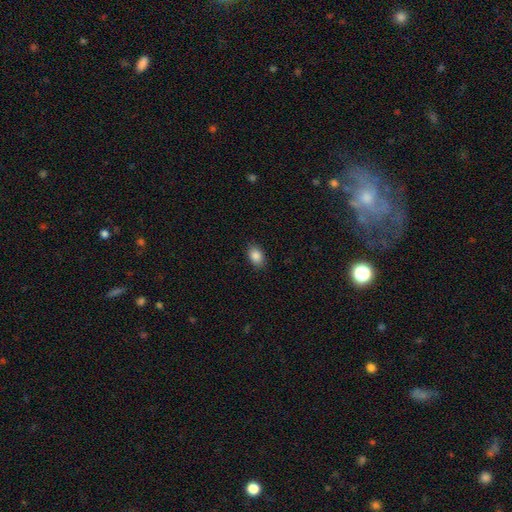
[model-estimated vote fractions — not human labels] Smooth or featured? smooth (87%)
How rounded? in between (81%)
Merging? none (86%)